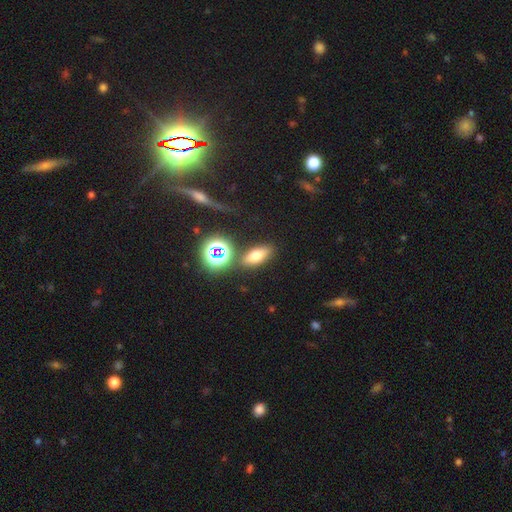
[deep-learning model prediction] smooth_or_featured: smooth (p=0.64) [alt: star or artifact p=0.20]
how_rounded: in between (p=0.70) [alt: round p=0.15]
merging: none (p=0.80) [alt: minor disturbance p=0.09]